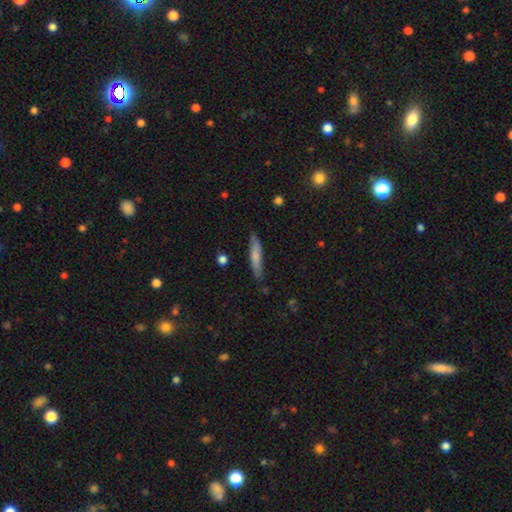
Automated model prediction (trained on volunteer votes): smooth-or-featured: smooth: 69% | featured or disk: 25% | star or artifact: 6%
  how-rounded: cigar-shaped: 88% | in between: 11% | round: 2%
  merging: none: 82% | minor disturbance: 14% | major disturbance: 2% | merger: 2%